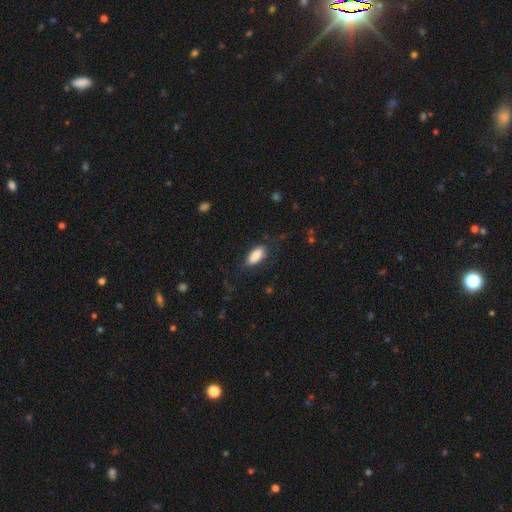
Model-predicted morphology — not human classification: This is clearly a smooth galaxy (86%). How rounded: clearly in between (85%). Merging: likely none (74%).